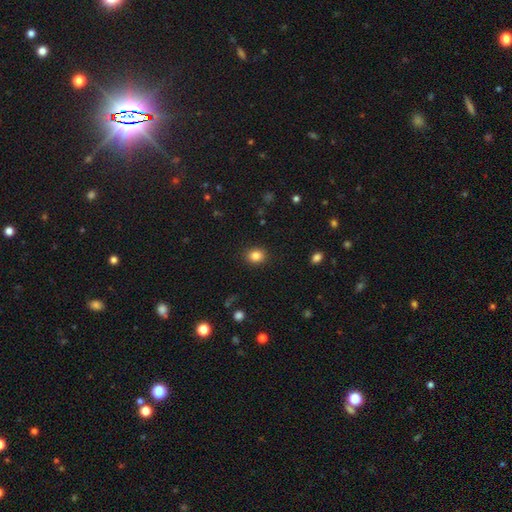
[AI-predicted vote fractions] The model was most divided on "how rounded": round: 63%, in between: 36%, cigar-shaped: 1%. More confident: merging — none (90%); smooth or featured — smooth (84%).